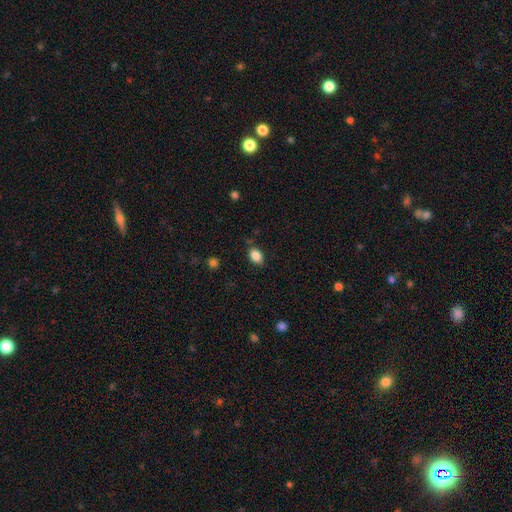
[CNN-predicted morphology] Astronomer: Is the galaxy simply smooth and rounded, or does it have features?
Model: smooth — 86%.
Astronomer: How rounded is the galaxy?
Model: in between — 79%.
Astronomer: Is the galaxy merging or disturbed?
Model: none — 82%.